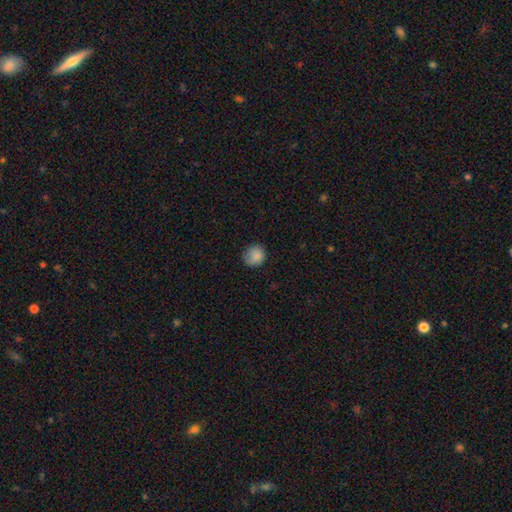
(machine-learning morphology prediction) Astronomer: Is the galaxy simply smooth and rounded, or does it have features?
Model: smooth — 86%.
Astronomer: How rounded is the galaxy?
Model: round — 82%.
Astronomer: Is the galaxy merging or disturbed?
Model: none — 79%.